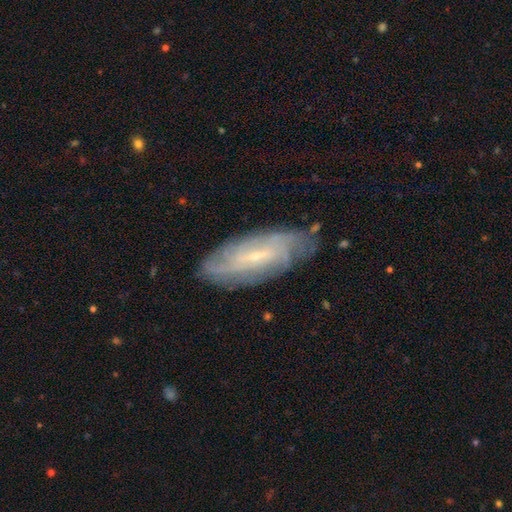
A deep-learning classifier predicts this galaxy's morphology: type=featured or disk (73%); edge-on=no (85%); bar=weak (45%); spiral arms=yes (87%); winding=tight (61%); arm count=can't tell (54%); bulge=small (77%); merging=none (78%).